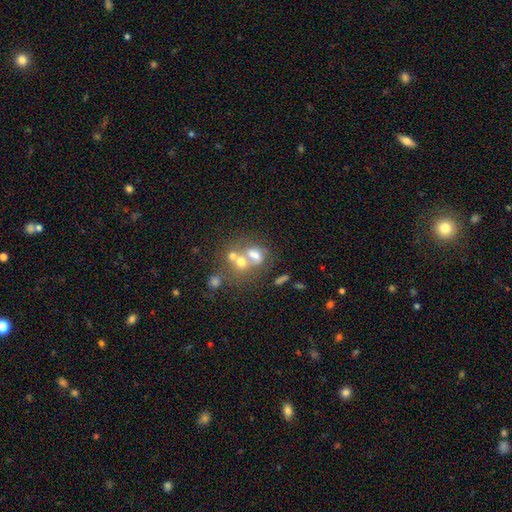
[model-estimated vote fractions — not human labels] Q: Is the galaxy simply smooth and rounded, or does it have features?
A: smooth — 51%.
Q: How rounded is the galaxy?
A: in between — 53%.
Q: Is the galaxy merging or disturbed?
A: merger — 55%.